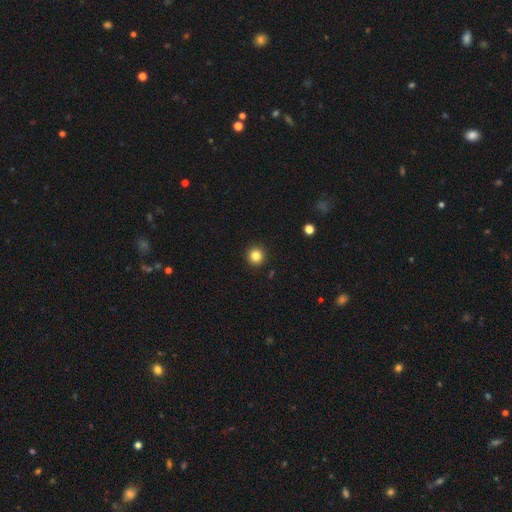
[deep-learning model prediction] smooth-or-featured: smooth: 83% | star or artifact: 12% | featured or disk: 5%
  how-rounded: round: 95% | in between: 4% | cigar-shaped: 1%
  merging: none: 93% | minor disturbance: 5% | major disturbance: 2% | merger: 1%